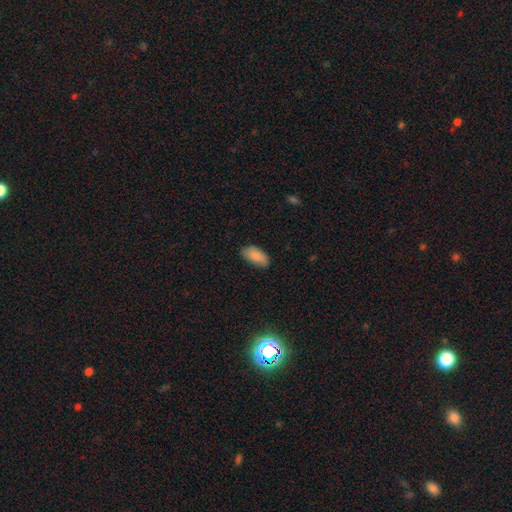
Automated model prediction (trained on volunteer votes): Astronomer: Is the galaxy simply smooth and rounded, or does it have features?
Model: smooth — 87%.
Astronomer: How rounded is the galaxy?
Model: in between — 92%.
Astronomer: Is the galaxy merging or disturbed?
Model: none — 77%.